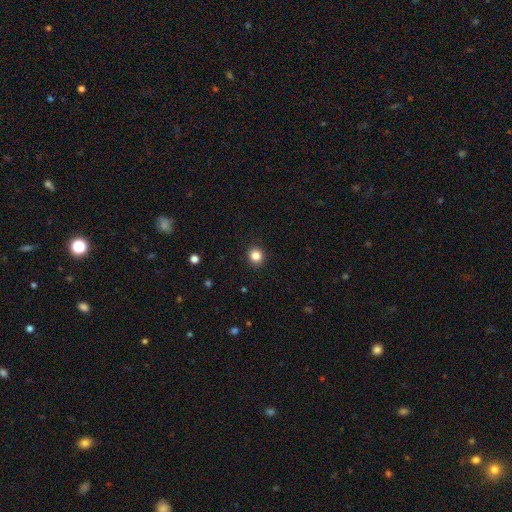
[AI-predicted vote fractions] This is clearly a smooth galaxy (84%). How rounded: clearly round (88%). Merging: clearly none (92%).